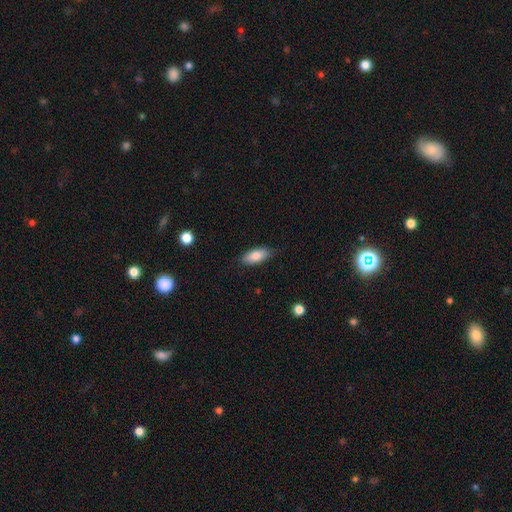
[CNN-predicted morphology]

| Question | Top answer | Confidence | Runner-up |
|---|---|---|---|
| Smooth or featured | smooth | 83% | featured or disk (10%) |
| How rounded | in between | 85% | cigar-shaped (12%) |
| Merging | none | 82% | minor disturbance (14%) |